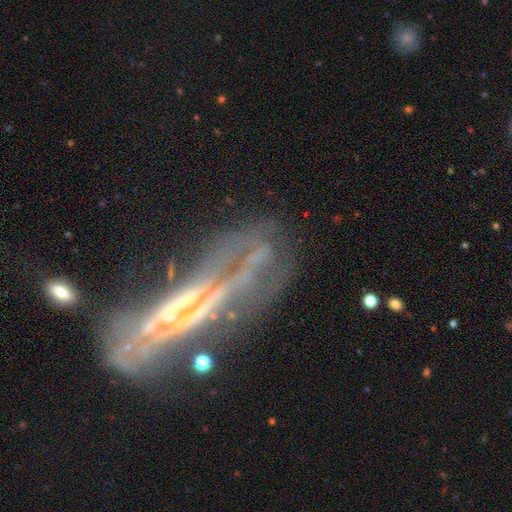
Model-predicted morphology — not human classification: Smooth or featured? Predicted: featured or disk (p=0.72). Edge-on disk? Predicted: no (p=0.53). Merging? Predicted: none (p=0.41).